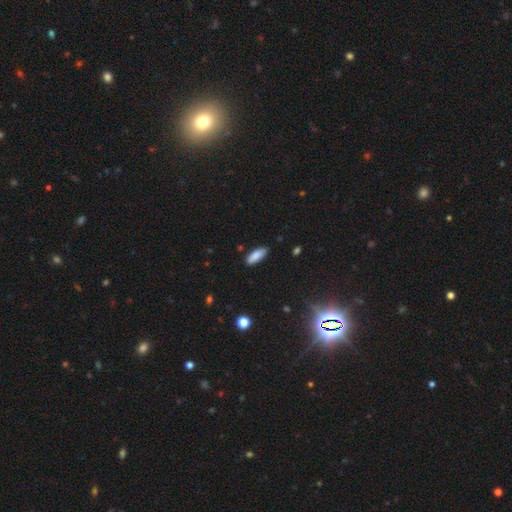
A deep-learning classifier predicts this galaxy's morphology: smooth 86%, star or artifact 7%, featured or disk 7%. Down the decision tree: how rounded — in between (66%); merging — none (86%).